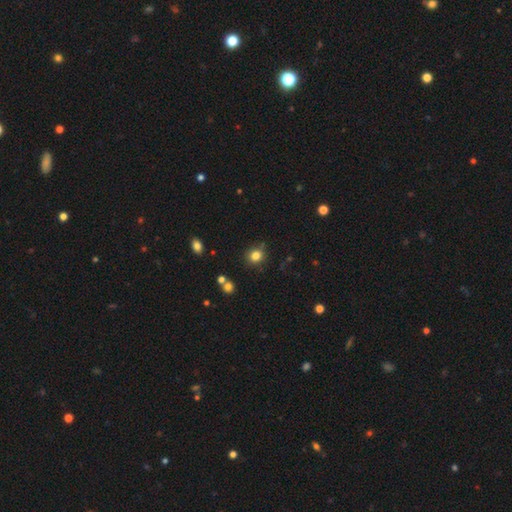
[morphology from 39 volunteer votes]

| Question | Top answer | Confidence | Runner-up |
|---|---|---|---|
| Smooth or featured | smooth | 85% | star or artifact (10%) |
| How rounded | round | 76% | in between (24%) |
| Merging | none | 77% | minor disturbance (17%) |